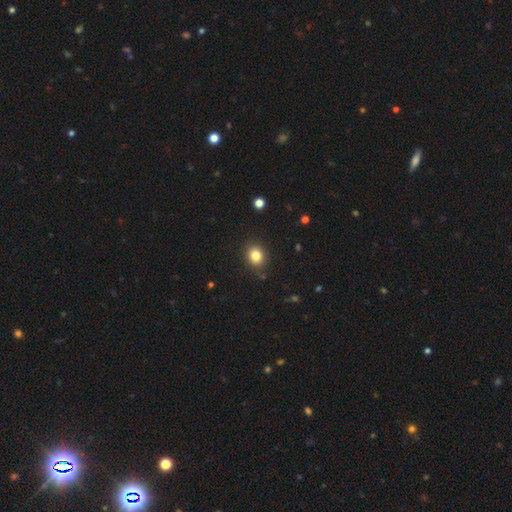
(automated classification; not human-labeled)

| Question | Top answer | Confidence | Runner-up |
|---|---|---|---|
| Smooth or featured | smooth | 82% | star or artifact (11%) |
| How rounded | round | 66% | in between (33%) |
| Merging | none | 87% | minor disturbance (9%) |